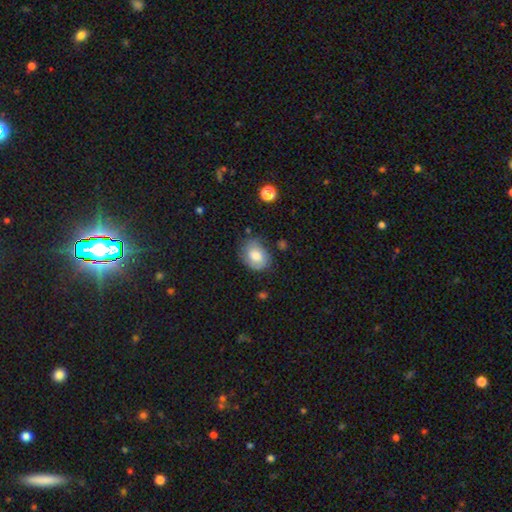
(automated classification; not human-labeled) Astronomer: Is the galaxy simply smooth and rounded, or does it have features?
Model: smooth — 60%.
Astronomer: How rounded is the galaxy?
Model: in between — 63%.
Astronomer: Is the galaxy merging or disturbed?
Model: none — 64%.